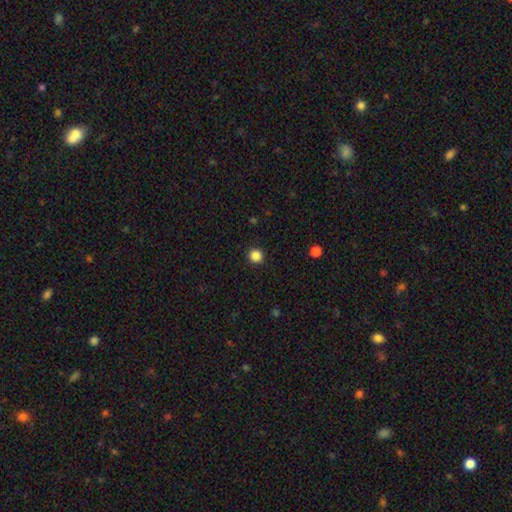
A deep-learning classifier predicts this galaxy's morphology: smooth 86%, star or artifact 11%, featured or disk 3%. Down the decision tree: how rounded — round (94%); merging — none (93%).